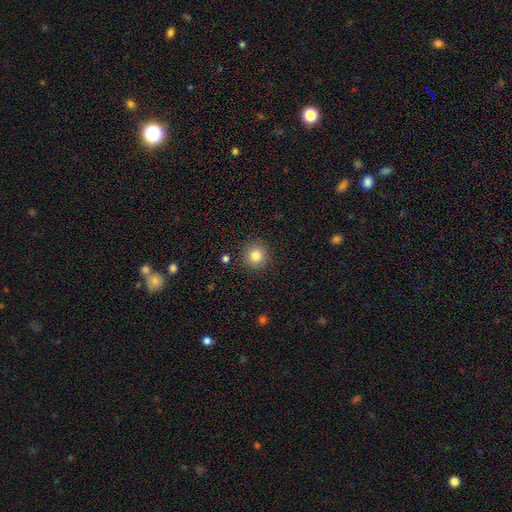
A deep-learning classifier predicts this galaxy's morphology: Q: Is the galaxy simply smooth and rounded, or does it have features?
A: smooth — 83%.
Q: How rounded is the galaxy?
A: round — 93%.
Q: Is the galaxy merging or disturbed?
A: none — 89%.